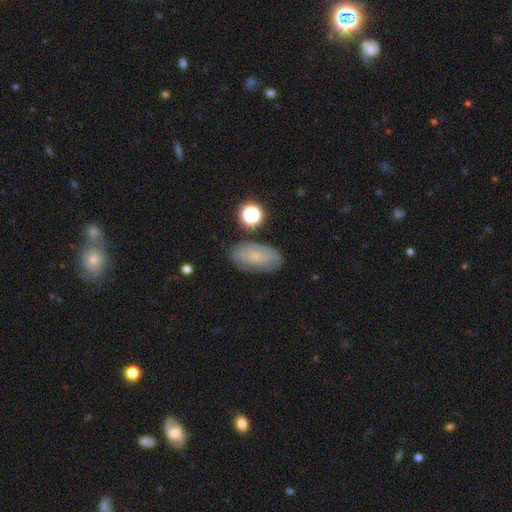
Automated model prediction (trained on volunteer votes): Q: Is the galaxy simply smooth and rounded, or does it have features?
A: smooth — 48%.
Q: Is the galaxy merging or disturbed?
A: none — 73%.